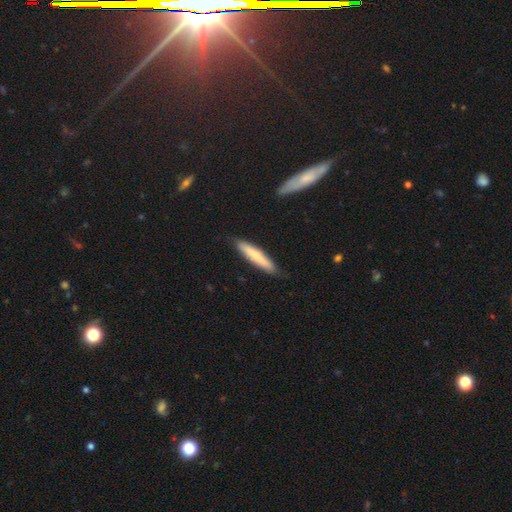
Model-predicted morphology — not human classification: A smooth galaxy with no disk features (73%) that is cigar-shaped (91%).

Vote fractions:
- Smooth or featured? smooth: 73% / featured or disk: 22% / star or artifact: 5%
- How rounded? cigar-shaped: 91% / in between: 8% / round: 1%
- Merging? none: 84% / minor disturbance: 12% / major disturbance: 2% / merger: 1%